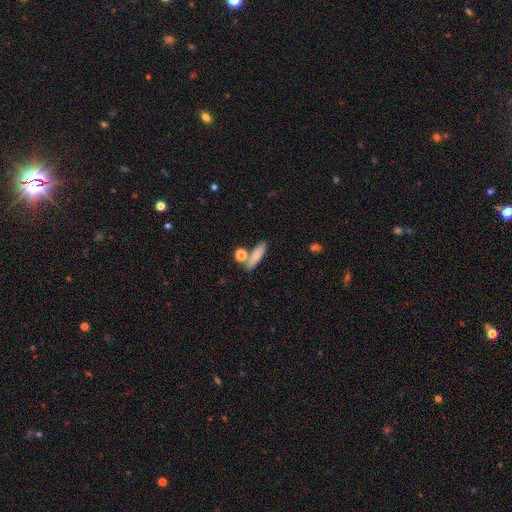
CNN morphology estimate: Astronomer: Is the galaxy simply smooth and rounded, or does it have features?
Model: smooth — 81%.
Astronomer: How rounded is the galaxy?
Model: cigar-shaped — 58% (runner-up: in between, 36%).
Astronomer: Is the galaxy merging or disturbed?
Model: none — 70%.